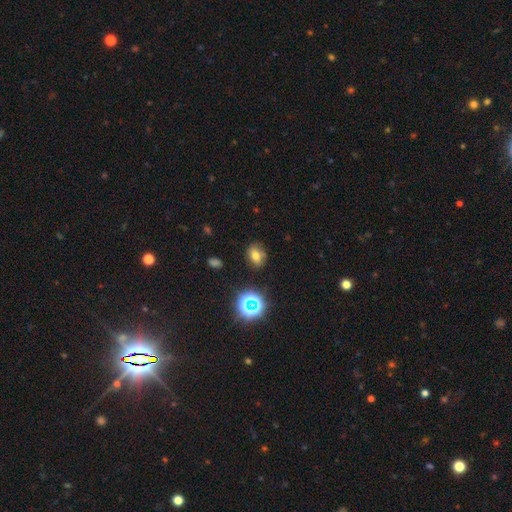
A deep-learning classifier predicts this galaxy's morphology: Smooth or featured? Predicted: smooth (p=0.64). How rounded? Predicted: in between (p=0.62). Merging? Predicted: none (p=0.77).